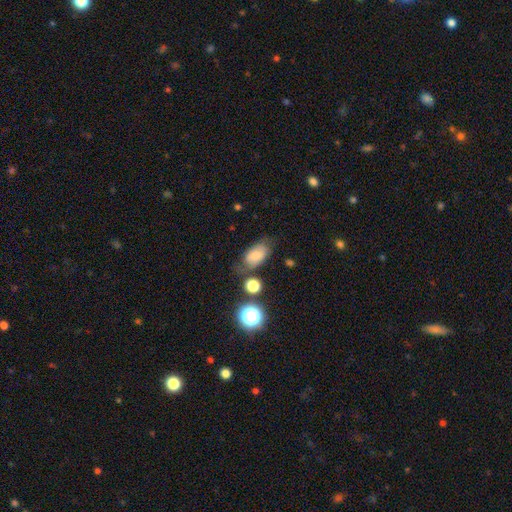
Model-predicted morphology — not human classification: Smooth or featured?
  - smooth: 72% *
  - featured or disk: 16%
  - star or artifact: 11%
How rounded?
  - in between: 89% *
  - round: 9%
  - cigar-shaped: 2%
Merging?
  - none: 58% *
  - minor disturbance: 25%
  - major disturbance: 10%
  - merger: 7%